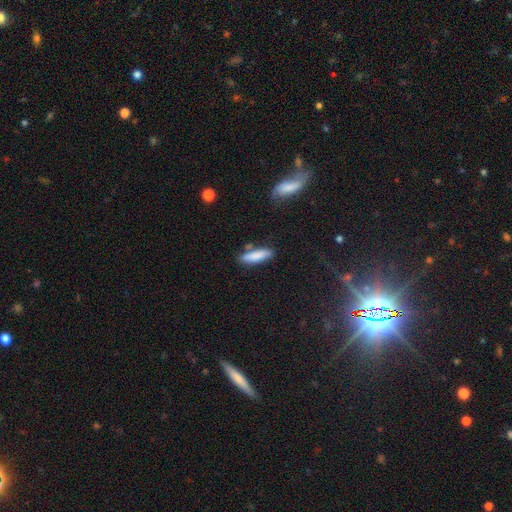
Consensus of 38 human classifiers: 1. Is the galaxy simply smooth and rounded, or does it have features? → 92% smooth, 5% featured or disk, 3% star or artifact.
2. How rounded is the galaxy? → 66% cigar-shaped, 34% in between, 0% round.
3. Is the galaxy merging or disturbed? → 70% none, 16% minor disturbance, 14% merger, 0% major disturbance.